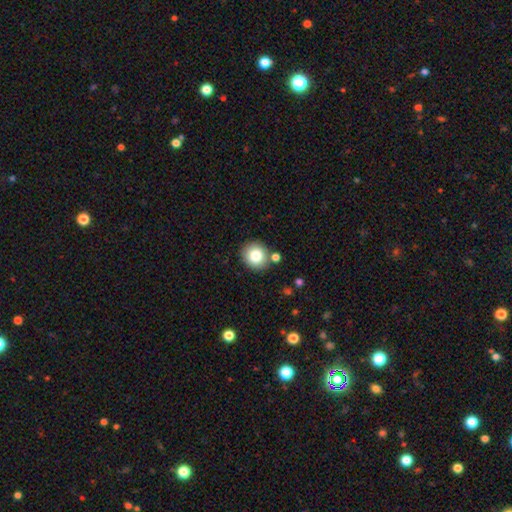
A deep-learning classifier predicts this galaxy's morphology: Smooth or featured? smooth (81%)
How rounded? round (85%)
Merging? none (81%)